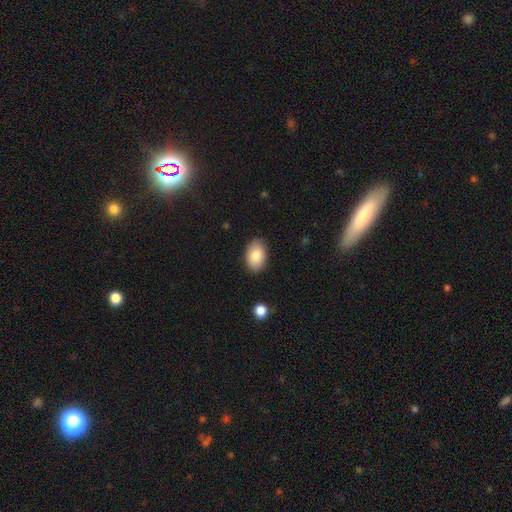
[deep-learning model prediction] Smooth or featured?
  - smooth: 83% *
  - featured or disk: 11%
  - star or artifact: 7%
How rounded?
  - in between: 90% *
  - round: 9%
  - cigar-shaped: 1%
Merging?
  - none: 87% *
  - minor disturbance: 10%
  - major disturbance: 2%
  - merger: 1%